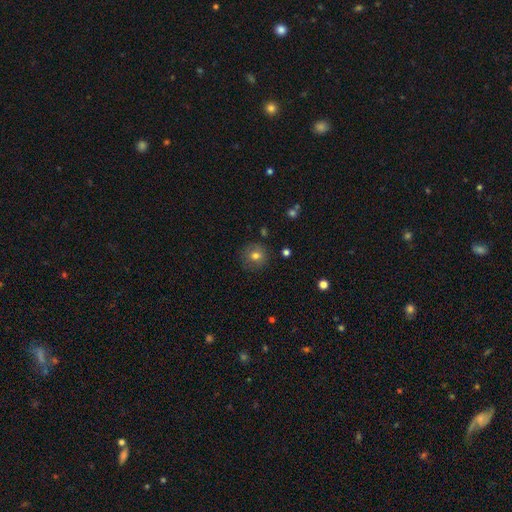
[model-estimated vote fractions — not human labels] Smooth or featured? Predicted: smooth (p=0.73). How rounded? Predicted: round (p=0.91). Merging? Predicted: none (p=0.84).